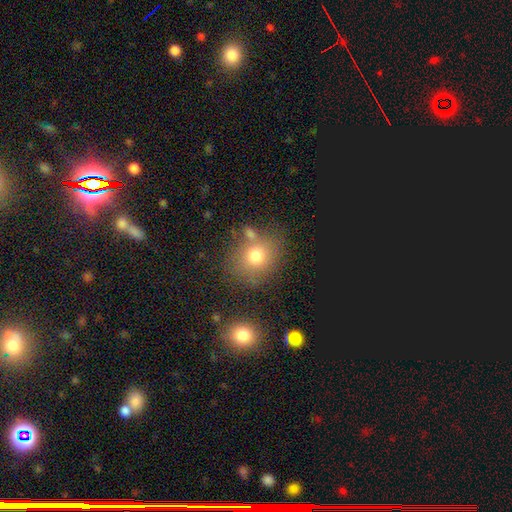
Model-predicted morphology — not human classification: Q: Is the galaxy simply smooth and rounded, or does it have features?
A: smooth — 75%.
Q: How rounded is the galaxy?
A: round — 69%.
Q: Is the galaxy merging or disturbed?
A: none — 67%.